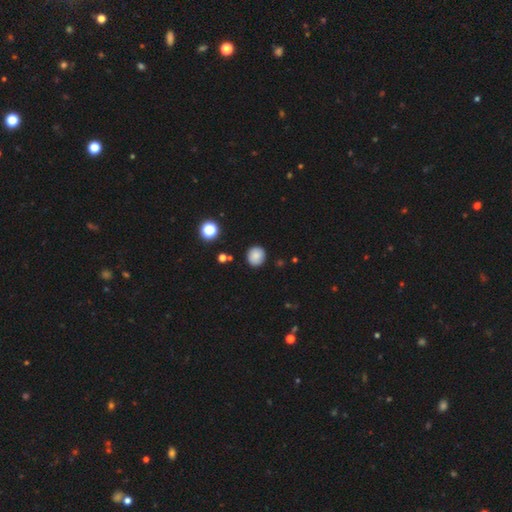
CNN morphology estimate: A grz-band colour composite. It shows a smooth galaxy with no disk features (84%) that is round (87%). Merging: none (88%).